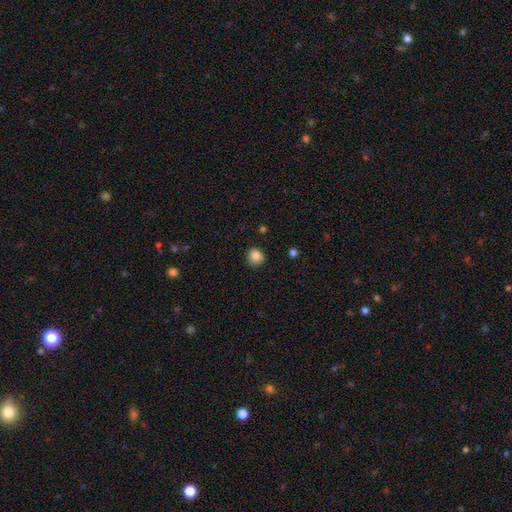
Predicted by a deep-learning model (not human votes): This is clearly a smooth galaxy (85%). How rounded: clearly round (89%). Merging: clearly none (85%).